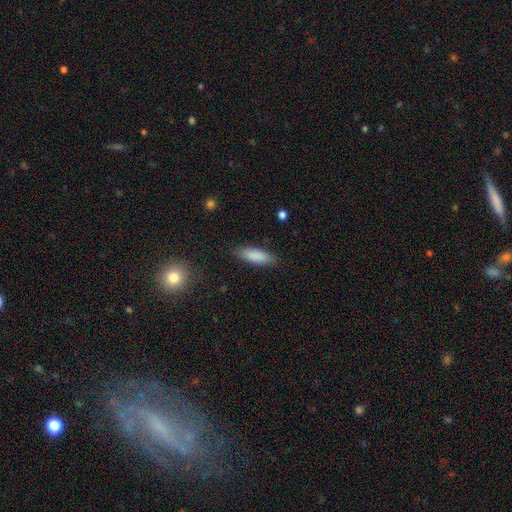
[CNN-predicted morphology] The model was most divided on "how rounded": in between: 53%, cigar-shaped: 45%, round: 2%. More confident: smooth or featured — smooth (86%); merging — none (85%).